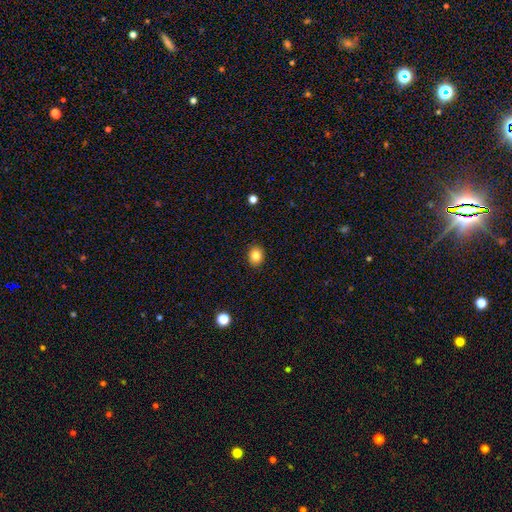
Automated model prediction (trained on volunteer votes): Overall: smooth (84%). How rounded: round (64%; in between 35%). Merging: none (90%).